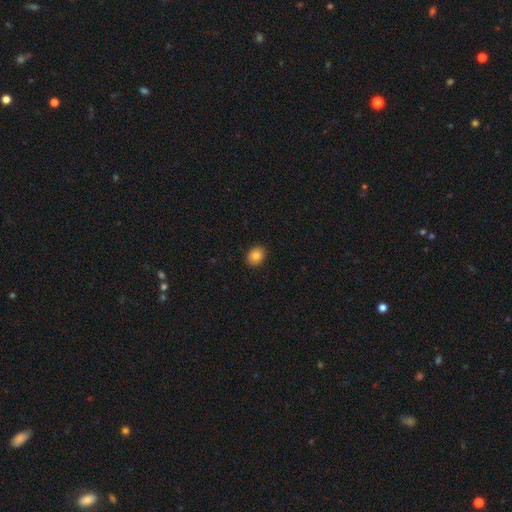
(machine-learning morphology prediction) type=smooth (84%); roundness=in between (58%); merging=none (90%).